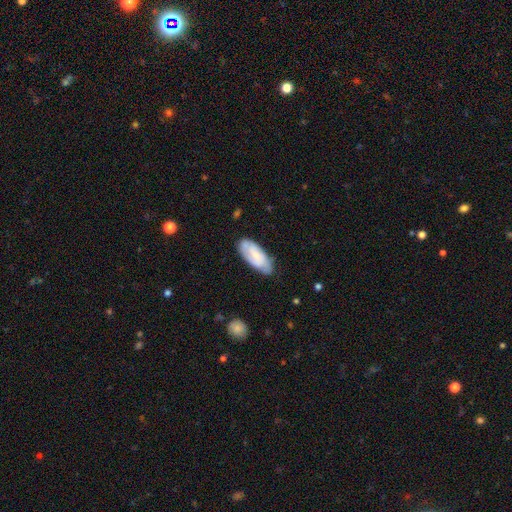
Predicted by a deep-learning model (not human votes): Smooth or featured? featured or disk (49%)
Merging? none (71%)